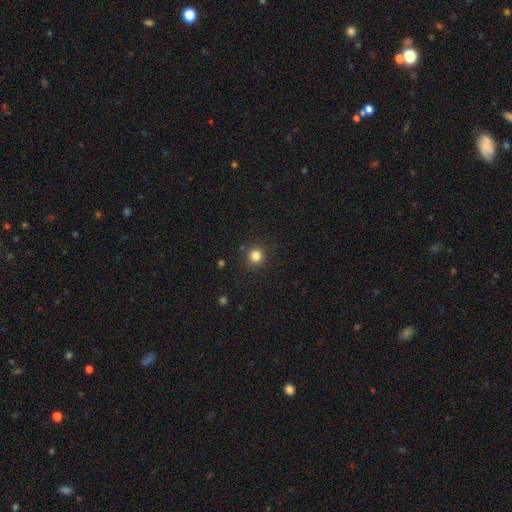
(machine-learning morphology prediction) type=smooth (83%); roundness=round (92%); merging=none (89%).